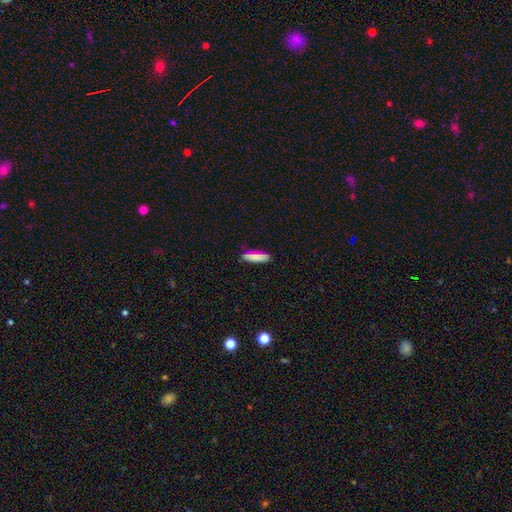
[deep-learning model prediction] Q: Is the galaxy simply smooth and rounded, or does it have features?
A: smooth — 83%.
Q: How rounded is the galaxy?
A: cigar-shaped — 68%.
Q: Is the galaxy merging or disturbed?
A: none — 86%.